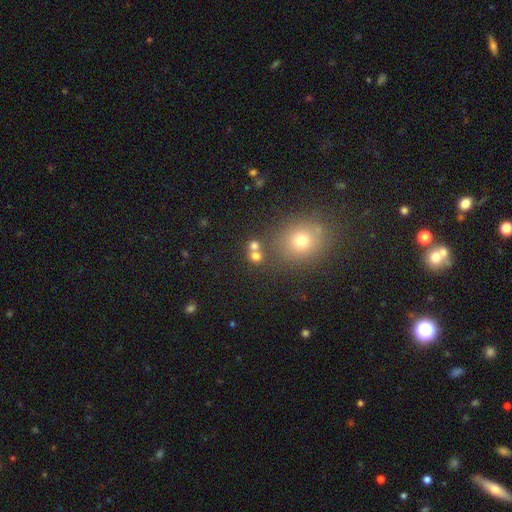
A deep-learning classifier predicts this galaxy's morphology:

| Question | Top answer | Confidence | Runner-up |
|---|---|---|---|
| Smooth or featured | smooth | 71% | star or artifact (19%) |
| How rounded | round | 82% | in between (17%) |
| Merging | none | 55% | merger (33%) |